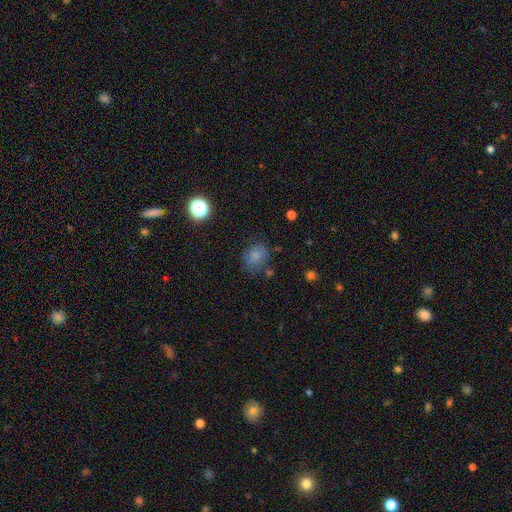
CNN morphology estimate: Overall: smooth (74%). How rounded: round (56%; in between 43%). Merging: none (66%).